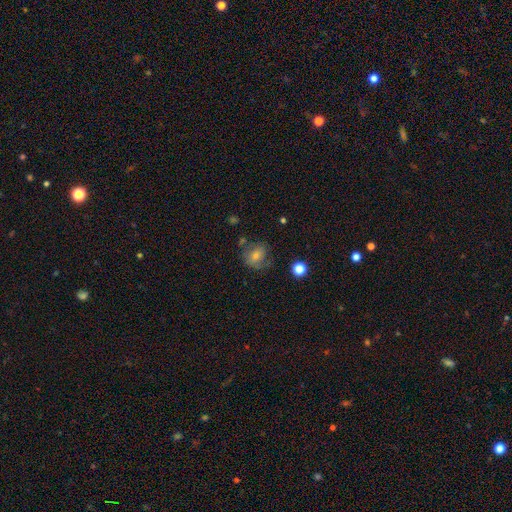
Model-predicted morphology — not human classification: Smooth or featured? Predicted: smooth (p=0.64). How rounded? Predicted: round (p=0.65). Merging? Predicted: none (p=0.57).